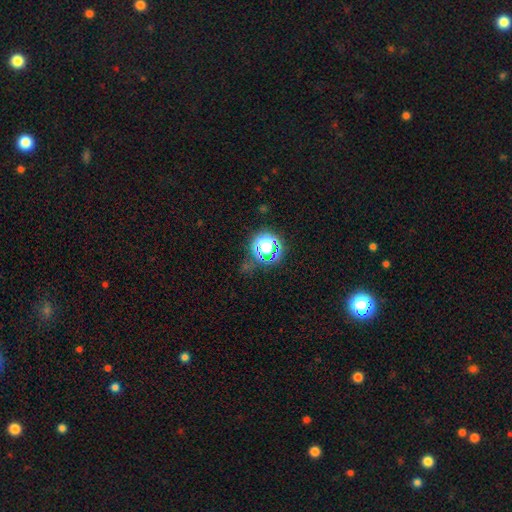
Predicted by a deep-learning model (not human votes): This appears to be a star or artifact, not a galaxy (74%).